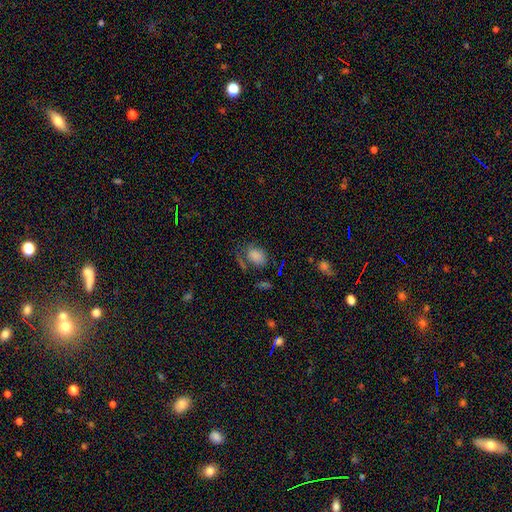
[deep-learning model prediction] Morphology: type=smooth (75%); roundness=in between (70%); merging=none (51%).